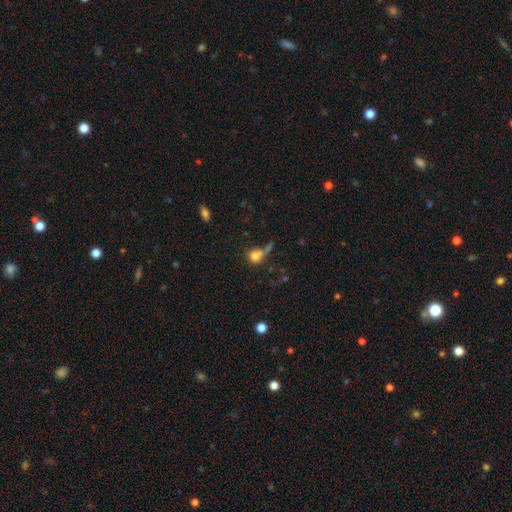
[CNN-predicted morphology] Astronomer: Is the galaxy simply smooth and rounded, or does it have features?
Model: smooth — 78%.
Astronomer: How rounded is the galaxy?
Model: round — 81%.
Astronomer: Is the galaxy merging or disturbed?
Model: none — 42% (runner-up: merger, 28%).